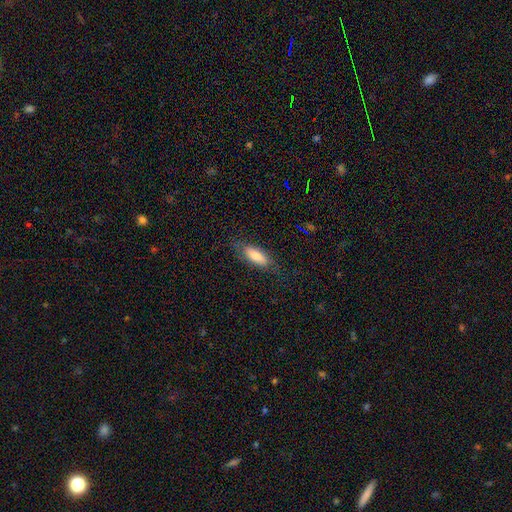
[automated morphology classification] smooth 73%, featured or disk 20%, star or artifact 7%. Down the decision tree: how rounded — in between (66%); merging — none (74%).